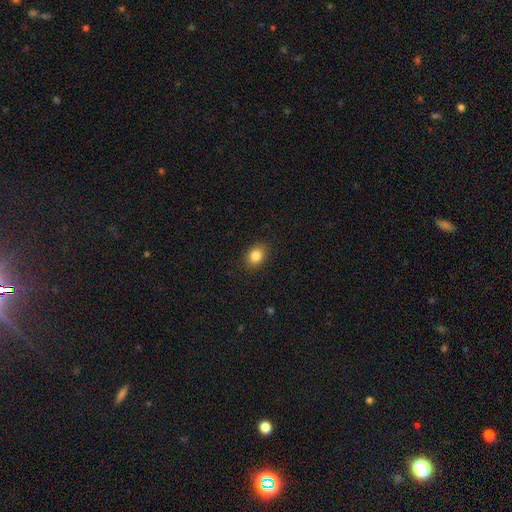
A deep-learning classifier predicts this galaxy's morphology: Smooth or featured? smooth (84%)
How rounded? in between (58%)
Merging? none (88%)